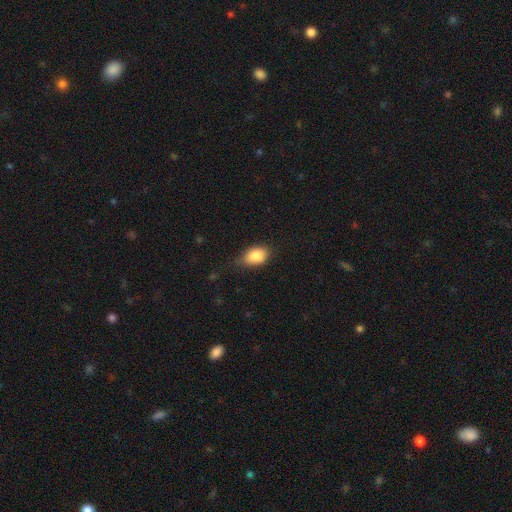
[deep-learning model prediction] The model was most divided on "merging": none: 62%, minor disturbance: 31%, major disturbance: 6%, merger: 1%. More confident: smooth or featured — smooth (83%); how rounded — in between (82%).